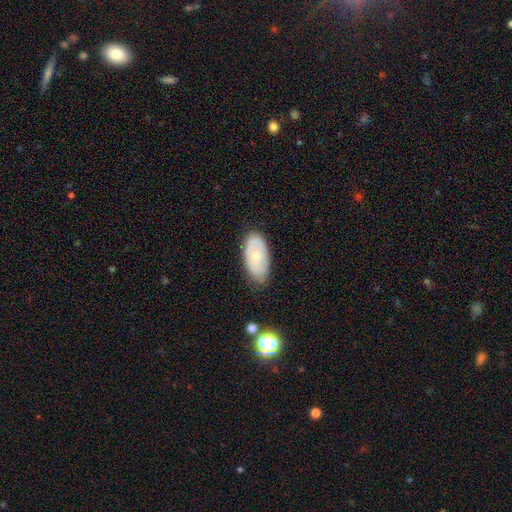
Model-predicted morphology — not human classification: smooth-or-featured: smooth: 55% | featured or disk: 37% | star or artifact: 7%
  how-rounded: in between: 93% | round: 4% | cigar-shaped: 3%
  merging: none: 75% | minor disturbance: 19% | major disturbance: 4% | merger: 2%